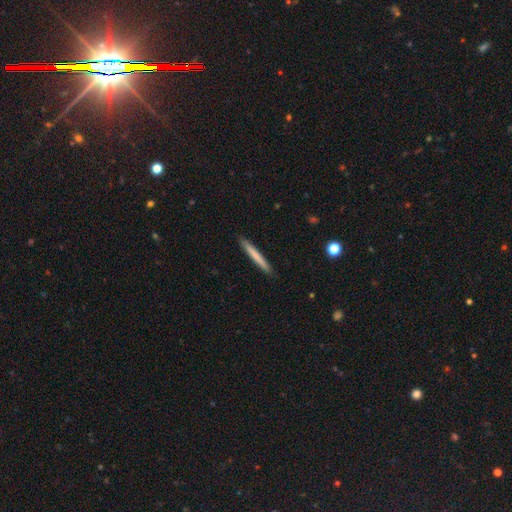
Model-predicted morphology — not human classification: smooth 70%, featured or disk 25%, star or artifact 5%. Down the decision tree: how rounded — cigar-shaped (97%); merging — none (91%).